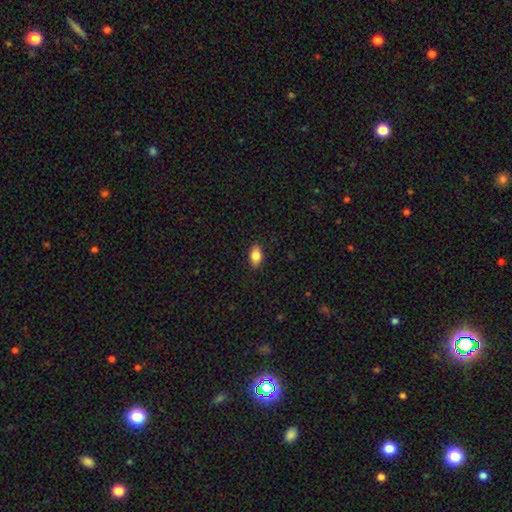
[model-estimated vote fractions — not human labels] Overall: smooth (82%). How rounded: in between (86%). Merging: none (88%).